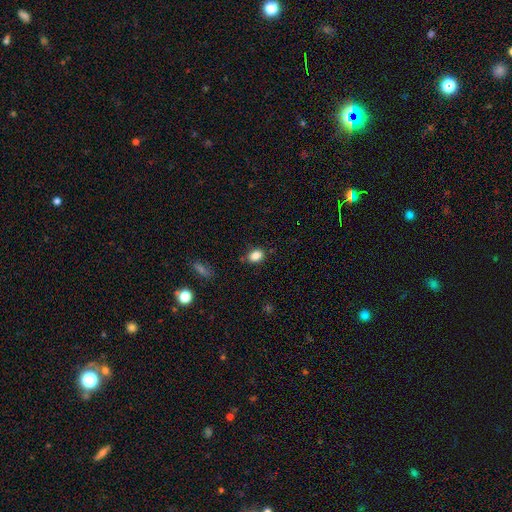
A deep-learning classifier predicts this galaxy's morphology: This is clearly a smooth galaxy (86%). How rounded: likely in between (74%). Merging: likely none (79%).